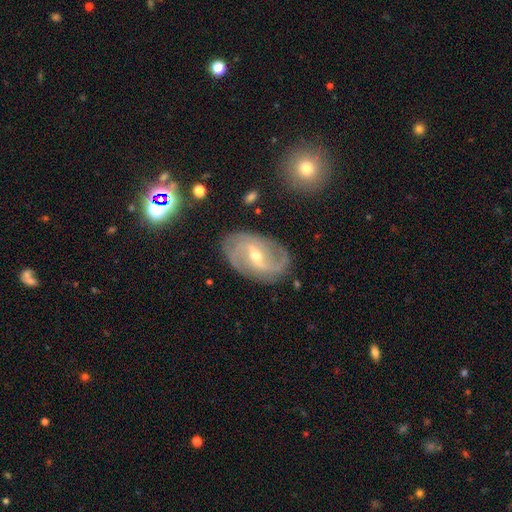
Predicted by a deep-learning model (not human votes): smooth-or-featured: featured or disk: 85% | smooth: 8% | star or artifact: 7%
  disk-edge-on: no: 96% | yes: 4%
    bar: weak: 51% | strong: 29% | no: 20%
    has-spiral-arms: yes: 95% | no: 5%
      spiral-winding: medium: 45% | tight: 31% | loose: 24%
      spiral-arm-count: 2: 60% | 3: 15% | can't tell: 15% | 4: 4% | 1: 4% | more than 4: 3%
    bulge-size: moderate: 50% | small: 47% | large: 1% | none: 1% | dominant: 1%
  merging: none: 80% | minor disturbance: 14% | major disturbance: 4% | merger: 2%